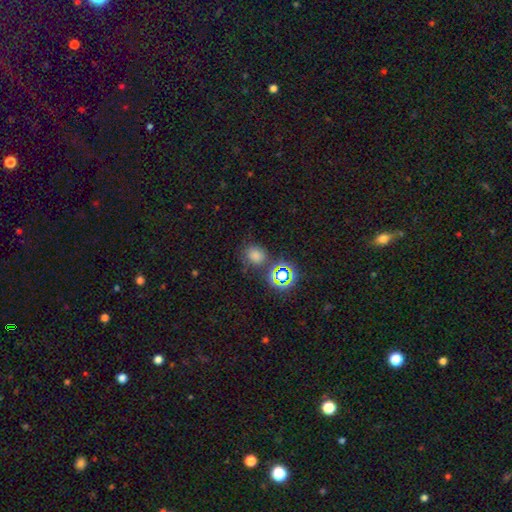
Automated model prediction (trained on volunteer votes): Q: Smooth or featured?
A: smooth (66%); runner-up: star or artifact (27%)
Q: How rounded?
A: round (68%); runner-up: in between (31%)
Q: Merging?
A: none (70%); runner-up: minor disturbance (15%)